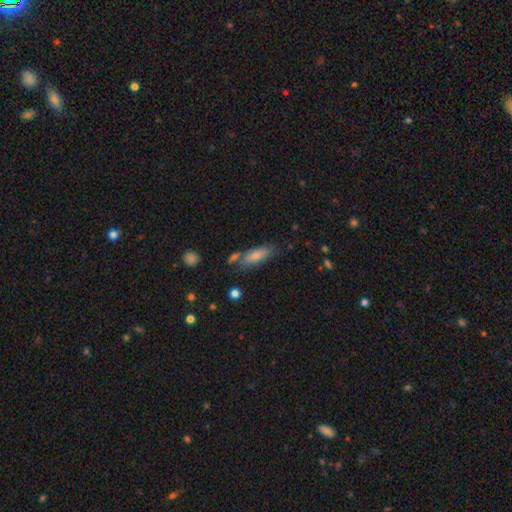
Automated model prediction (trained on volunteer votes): Smooth or featured: smooth — 78% (featured or disk — 15%)
How rounded: in between — 68% (cigar-shaped — 30%)
Merging: none — 63% (minor disturbance — 19%)